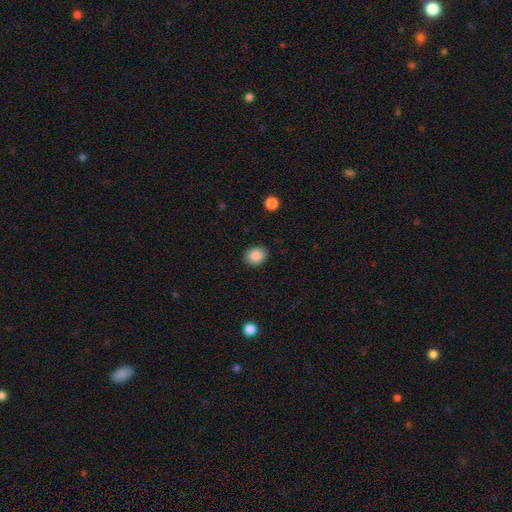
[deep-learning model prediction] The model was most divided on "how rounded": round: 56%, in between: 43%, cigar-shaped: 1%. More confident: merging — none (89%); smooth or featured — smooth (86%).